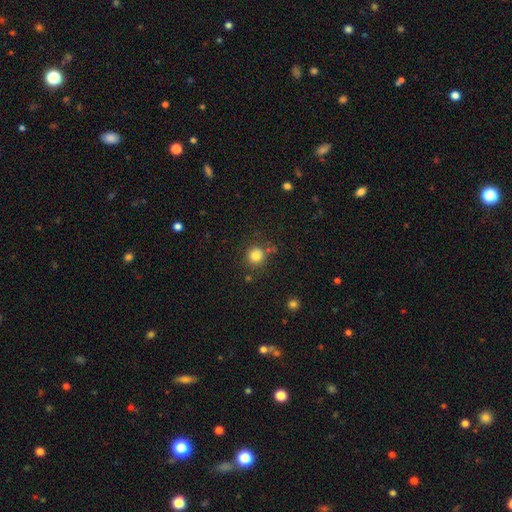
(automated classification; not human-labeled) Smooth or featured?
  - smooth: 81% *
  - star or artifact: 13%
  - featured or disk: 7%
How rounded?
  - round: 92% *
  - in between: 7%
  - cigar-shaped: 1%
Merging?
  - none: 78% *
  - minor disturbance: 11%
  - merger: 7%
  - major disturbance: 4%